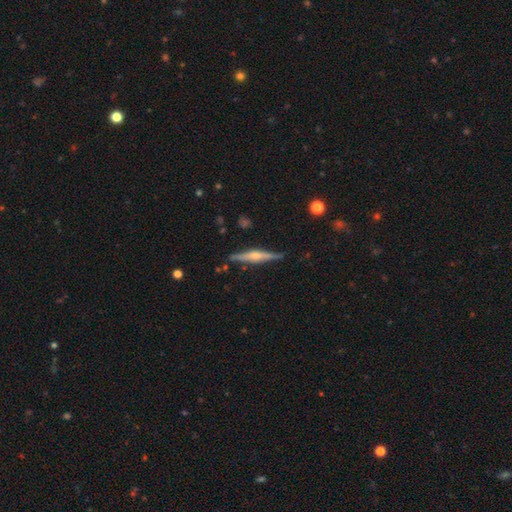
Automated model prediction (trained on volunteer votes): Morphology: type=featured or disk (72%); edge-on=yes (98%); edge-on bulge=rounded (74%); merging=none (87%).